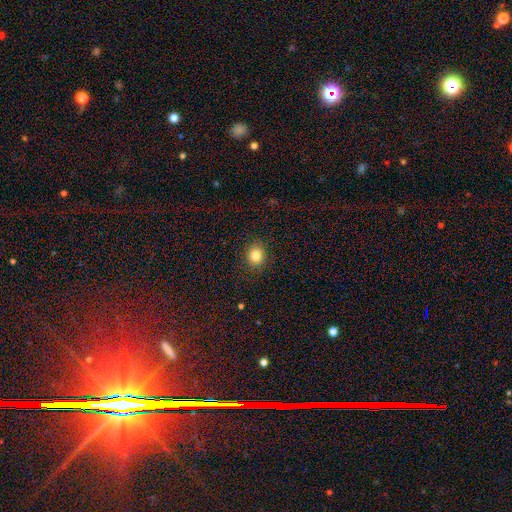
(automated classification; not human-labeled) Smooth or featured? Predicted: smooth (p=0.82). How rounded? Predicted: round (p=0.70). Merging? Predicted: none (p=0.89).